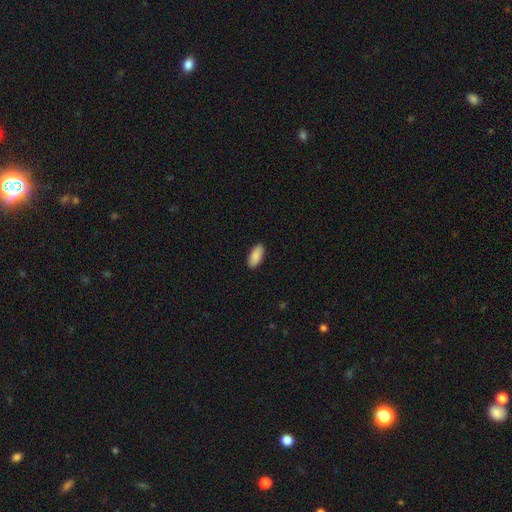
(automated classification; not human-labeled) smooth 90%, star or artifact 6%, featured or disk 4%. Down the decision tree: how rounded — in between (90%); merging — none (90%).